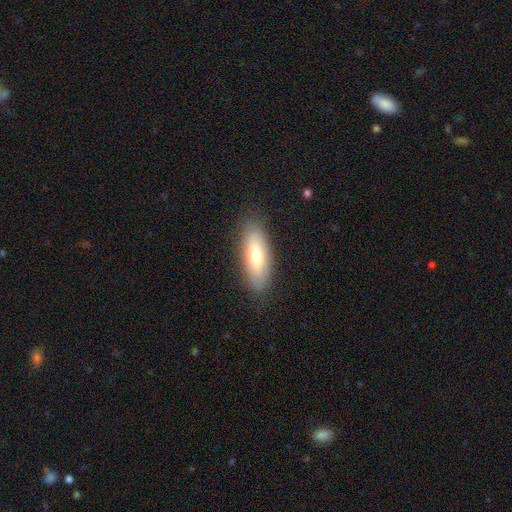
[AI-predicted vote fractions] Morphology: type=smooth (69%); roundness=in between (64%); merging=none (87%).